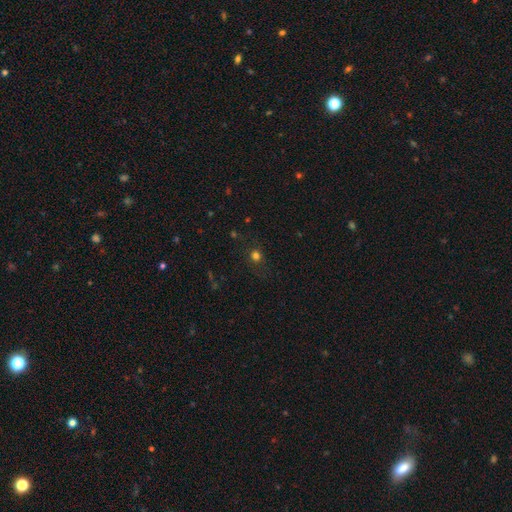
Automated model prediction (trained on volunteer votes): Q: Smooth or featured?
A: smooth (72%); runner-up: star or artifact (22%)
Q: How rounded?
A: round (87%); runner-up: in between (12%)
Q: Merging?
A: none (82%); runner-up: minor disturbance (11%)